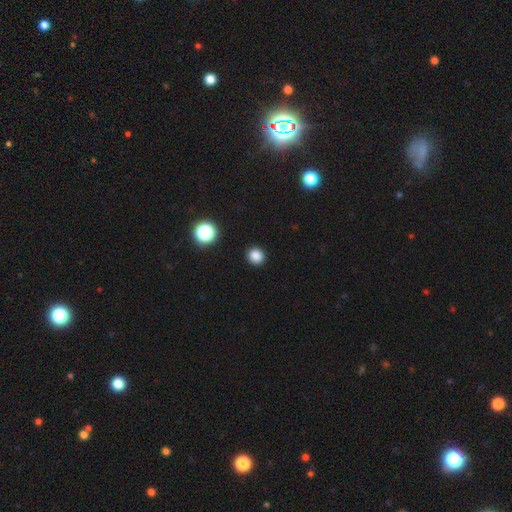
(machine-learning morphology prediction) Smooth or featured?
  - smooth: 84% *
  - star or artifact: 13%
  - featured or disk: 3%
How rounded?
  - round: 87% *
  - in between: 12%
  - cigar-shaped: 1%
Merging?
  - none: 92% *
  - minor disturbance: 5%
  - major disturbance: 2%
  - merger: 1%